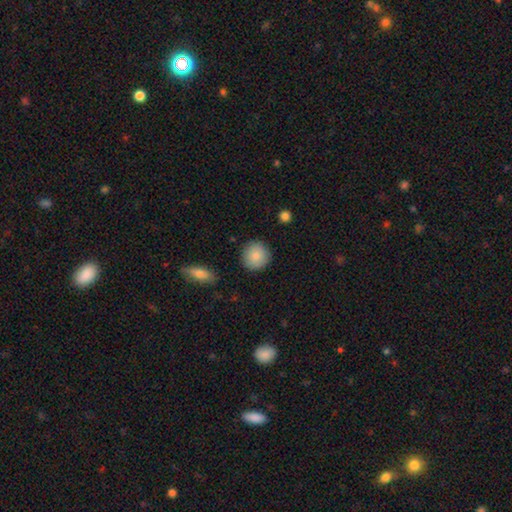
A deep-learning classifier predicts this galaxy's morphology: smooth_or_featured: smooth (p=0.88) [alt: star or artifact p=0.06]
how_rounded: round (p=0.92) [alt: in between p=0.07]
merging: none (p=0.89) [alt: minor disturbance p=0.07]